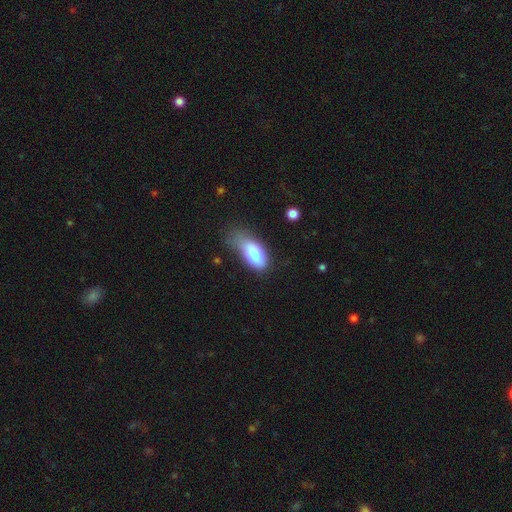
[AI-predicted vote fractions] smooth-or-featured: smooth: 81% | featured or disk: 12% | star or artifact: 7%
  how-rounded: in between: 87% | cigar-shaped: 10% | round: 2%
  merging: none: 39% | minor disturbance: 36% | major disturbance: 22% | merger: 3%